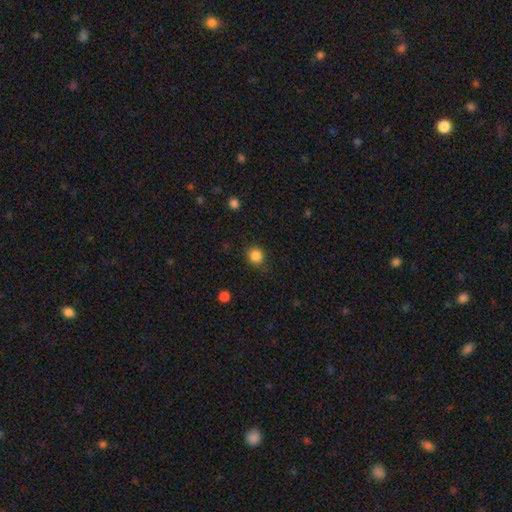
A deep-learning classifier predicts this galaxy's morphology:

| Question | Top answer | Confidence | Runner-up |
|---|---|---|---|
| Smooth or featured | smooth | 85% | star or artifact (11%) |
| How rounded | round | 88% | in between (11%) |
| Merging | none | 84% | minor disturbance (12%) |